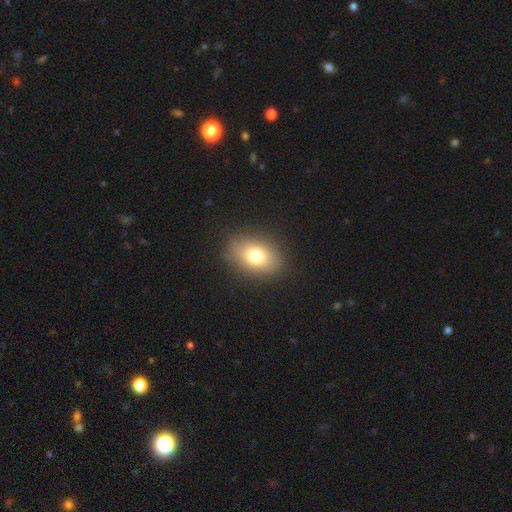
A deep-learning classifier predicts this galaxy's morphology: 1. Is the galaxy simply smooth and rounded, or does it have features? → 77% smooth, 12% featured or disk, 10% star or artifact.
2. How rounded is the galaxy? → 79% in between, 20% round, 1% cigar-shaped.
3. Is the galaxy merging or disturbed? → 86% none, 10% minor disturbance, 3% major disturbance, 1% merger.